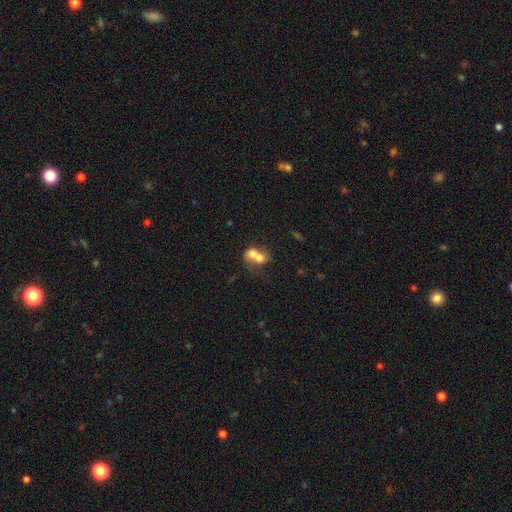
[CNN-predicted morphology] Q: Smooth or featured?
A: smooth (67%); runner-up: featured or disk (24%)
Q: How rounded?
A: in between (50%); runner-up: round (49%)
Q: Merging?
A: merger (78%); runner-up: none (13%)